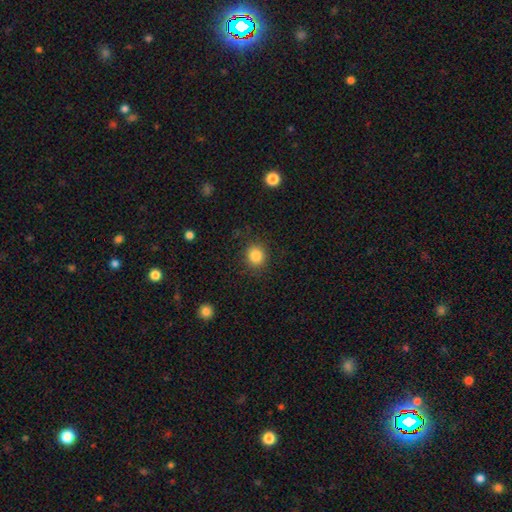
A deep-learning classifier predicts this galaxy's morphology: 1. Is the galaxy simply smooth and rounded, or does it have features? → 84% smooth, 11% star or artifact, 5% featured or disk.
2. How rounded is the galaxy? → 85% round, 14% in between, 1% cigar-shaped.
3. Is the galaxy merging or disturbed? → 88% none, 8% minor disturbance, 3% major disturbance, 1% merger.